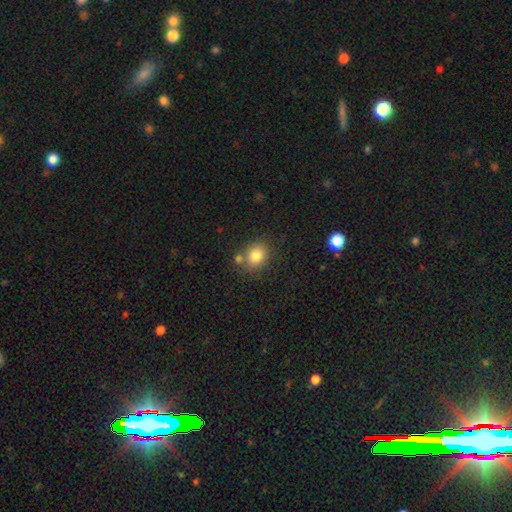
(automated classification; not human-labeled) A smooth galaxy with no disk features (82%) that is round (55%). Merging: none (70%).